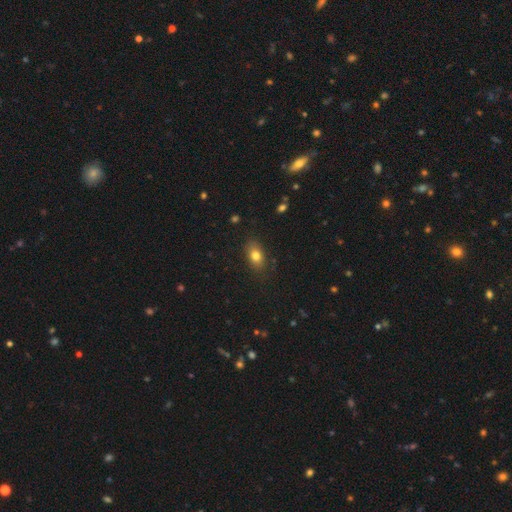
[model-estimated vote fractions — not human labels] This appears to be a smooth galaxy with no disk features (79%) that is in between round and cigar-shaped (82%). Merging: none (83%).